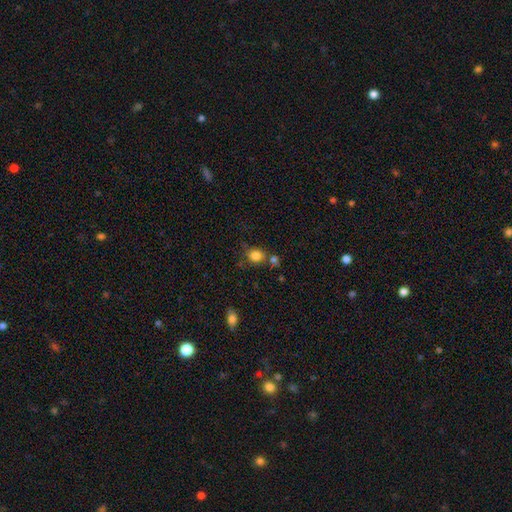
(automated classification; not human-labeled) Smooth or featured? smooth (83%)
How rounded? round (70%)
Merging? none (63%)